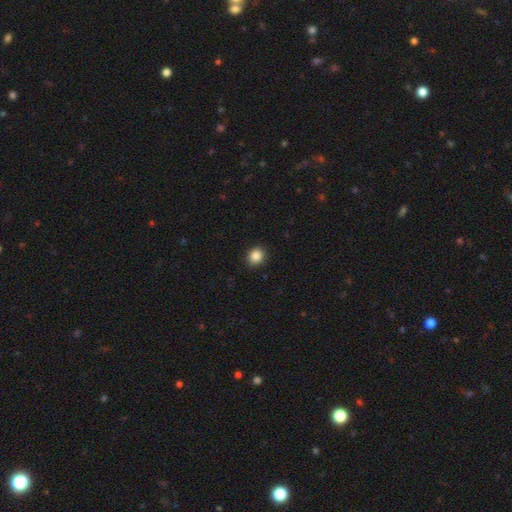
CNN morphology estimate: The model was most divided on "how rounded": round: 79%, in between: 20%, cigar-shaped: 1%. More confident: merging — none (91%); smooth or featured — smooth (87%).